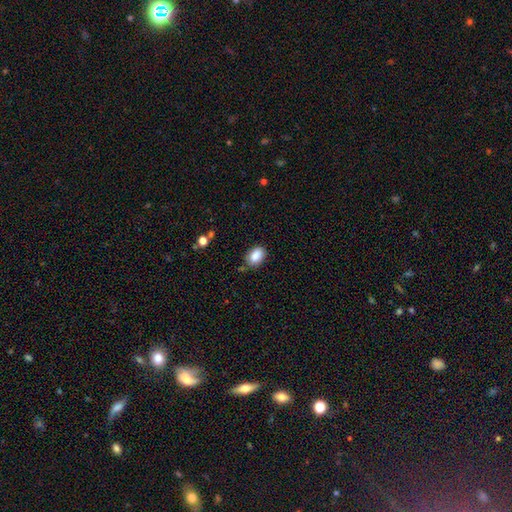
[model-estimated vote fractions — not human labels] The model was most divided on "merging": none: 74%, minor disturbance: 19%, merger: 4%, major disturbance: 3%. More confident: smooth or featured — smooth (87%); how rounded — in between (86%).